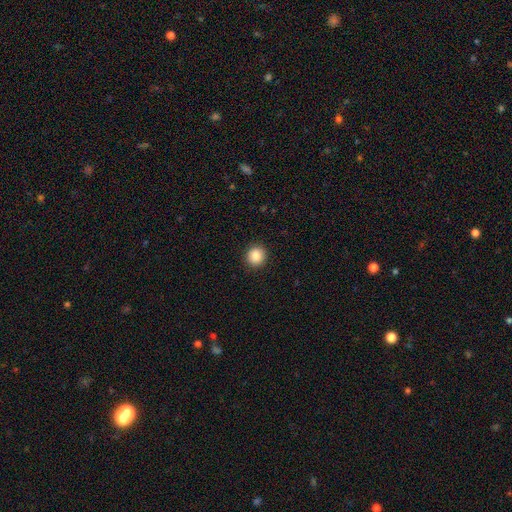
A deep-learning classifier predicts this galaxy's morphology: A smooth galaxy with no disk features (87%) that is round (93%). Merging: none (92%).